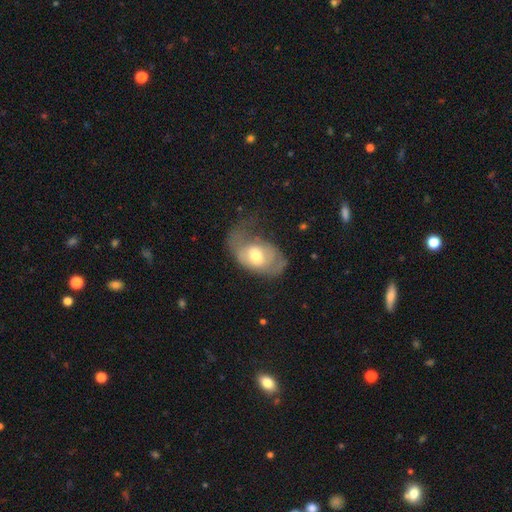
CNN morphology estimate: This appears to be a featured or disk galaxy (47%). Merging: major disturbance (47%).